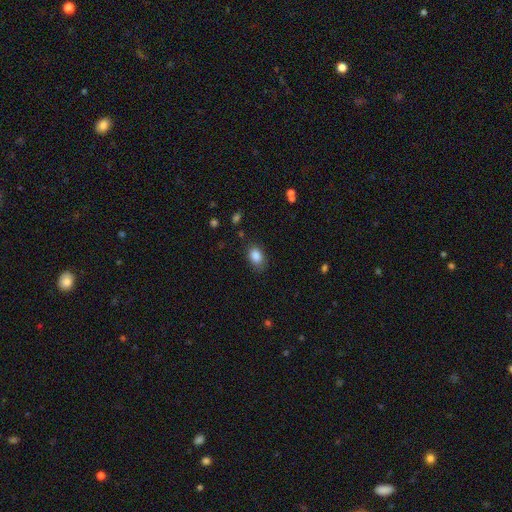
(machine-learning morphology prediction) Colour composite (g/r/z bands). It shows a smooth galaxy with no disk features (87%) that is in between round and cigar-shaped (81%). Merging: none (78%).